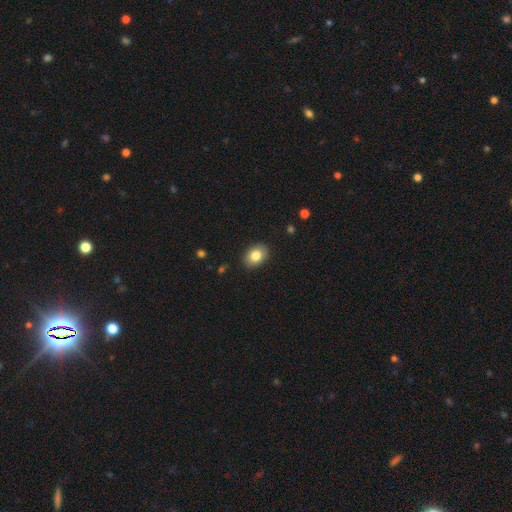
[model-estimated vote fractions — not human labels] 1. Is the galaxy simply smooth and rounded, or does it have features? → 83% smooth, 9% featured or disk, 8% star or artifact.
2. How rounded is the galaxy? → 74% in between, 25% round, 1% cigar-shaped.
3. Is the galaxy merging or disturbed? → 88% none, 9% minor disturbance, 2% major disturbance, 1% merger.